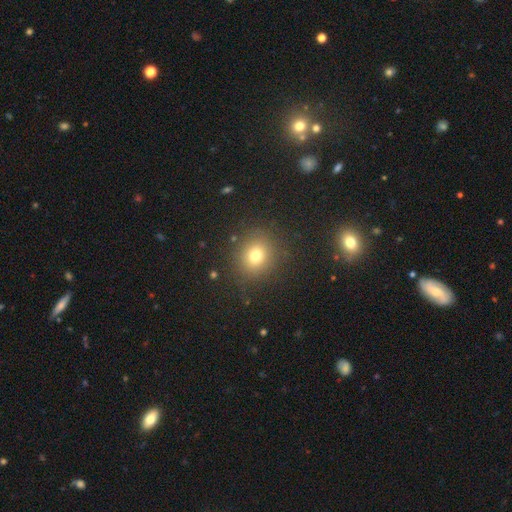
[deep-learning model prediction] Smooth or featured?
  - smooth: 74% *
  - star or artifact: 17%
  - featured or disk: 9%
How rounded?
  - round: 82% *
  - in between: 17%
  - cigar-shaped: 1%
Merging?
  - none: 87% *
  - minor disturbance: 8%
  - major disturbance: 4%
  - merger: 1%